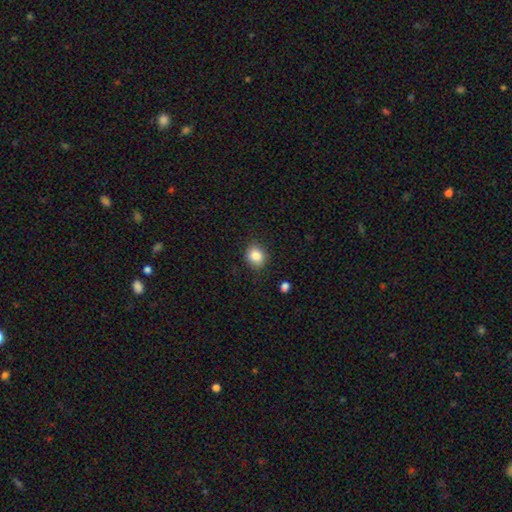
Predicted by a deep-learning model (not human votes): This is clearly a smooth galaxy (84%). How rounded: likely round (71%). Merging: clearly none (85%).